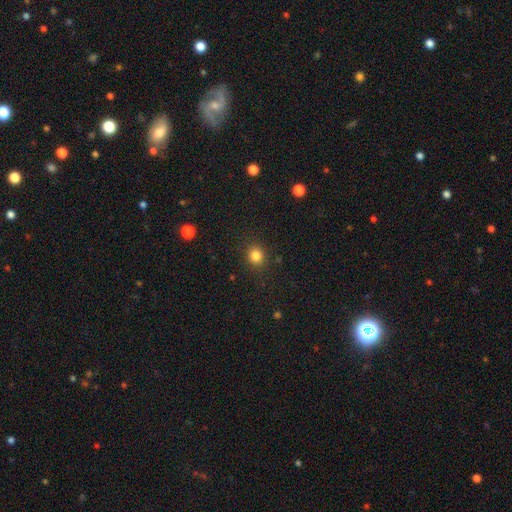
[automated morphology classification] type=smooth (83%); roundness=round (83%); merging=none (89%).